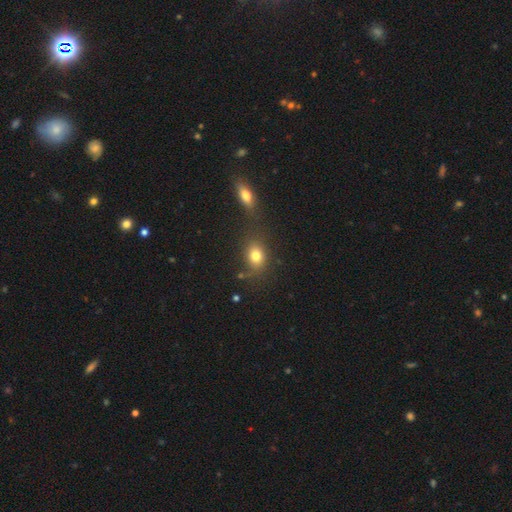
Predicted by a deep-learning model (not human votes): smooth_or_featured: smooth (p=0.77) [alt: star or artifact p=0.13]
how_rounded: in between (p=0.57) [alt: round p=0.41]
merging: none (p=0.66) [alt: minor disturbance p=0.14]